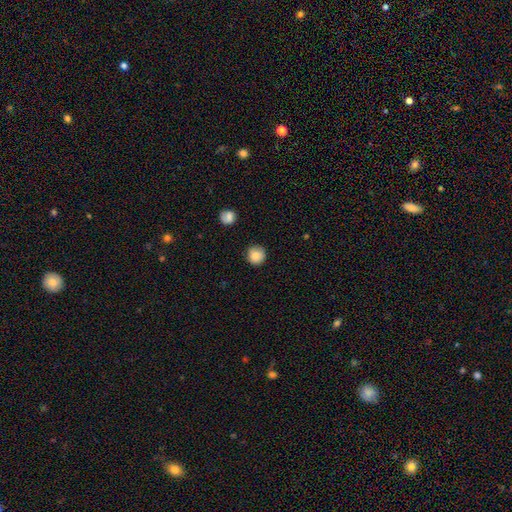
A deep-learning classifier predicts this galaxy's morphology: Smooth or featured? smooth (84%)
How rounded? round (94%)
Merging? none (87%)